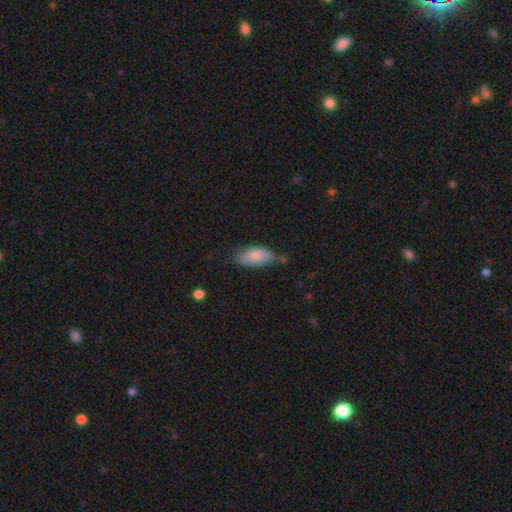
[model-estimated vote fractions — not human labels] Smooth or featured: smooth — 80% (featured or disk — 13%)
How rounded: in between — 86% (cigar-shaped — 11%)
Merging: none — 61% (minor disturbance — 27%)